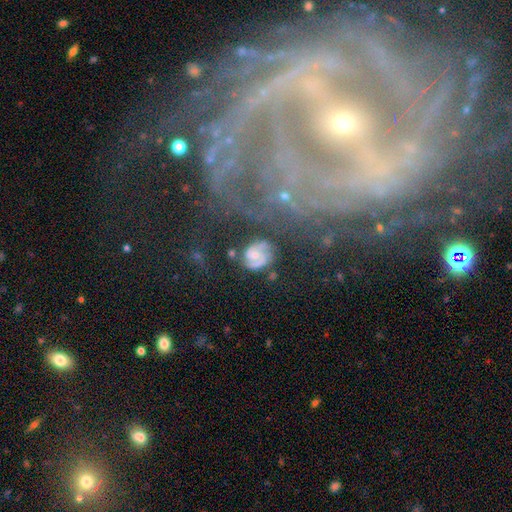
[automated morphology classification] Smooth or featured?
  - featured or disk: 76% *
  - smooth: 16%
  - star or artifact: 9%
Edge-on disk?
  - no: 98% *
  - yes: 2%
Bar?
  - no: 57% *
  - weak: 35%
  - strong: 9%
Spiral arms?
  - yes: 93% *
  - no: 7%
Spiral winding?
  - medium: 46% *
  - tight: 40%
  - loose: 15%
Spiral arm count?
  - 2: 74% *
  - can't tell: 10%
  - 3: 8%
  - 1: 3%
  - 4: 2%
  - more than 4: 2%
Bulge size?
  - small: 54% *
  - moderate: 39%
  - none: 4%
  - large: 2%
  - dominant: 1%
Merging?
  - none: 62% *
  - minor disturbance: 20%
  - major disturbance: 11%
  - merger: 7%